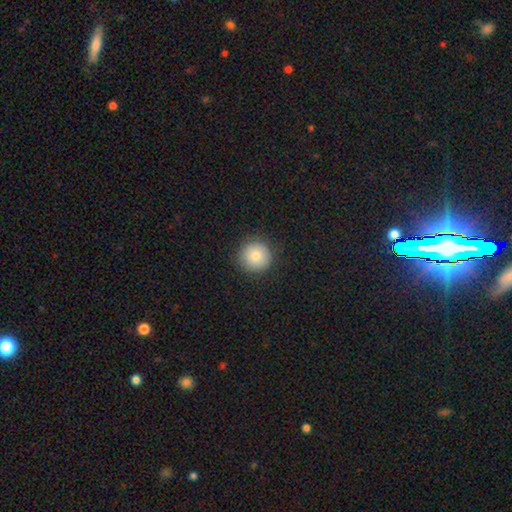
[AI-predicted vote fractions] The model was most divided on "smooth or featured": smooth: 81%, star or artifact: 10%, featured or disk: 9%. More confident: how rounded — round (95%); merging — none (90%).